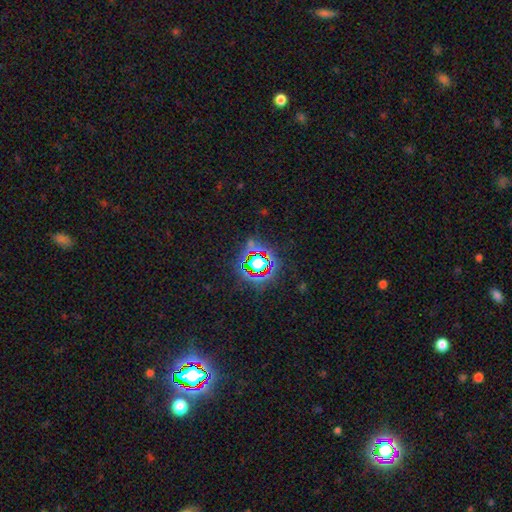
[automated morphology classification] Smooth or featured? star or artifact (80%)